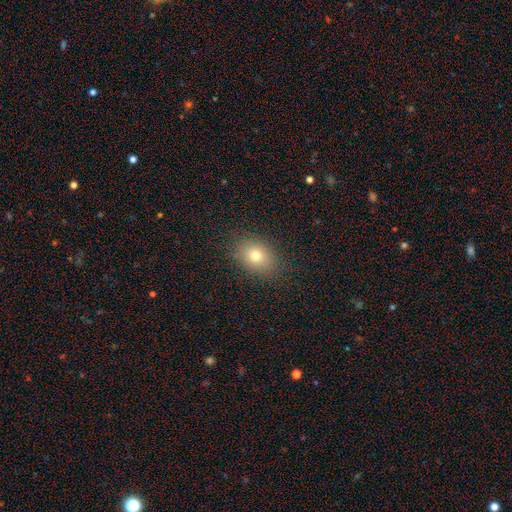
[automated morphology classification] smooth_or_featured: smooth (p=0.76) [alt: star or artifact p=0.13]
how_rounded: in between (p=0.65) [alt: round p=0.34]
merging: none (p=0.86) [alt: minor disturbance p=0.10]